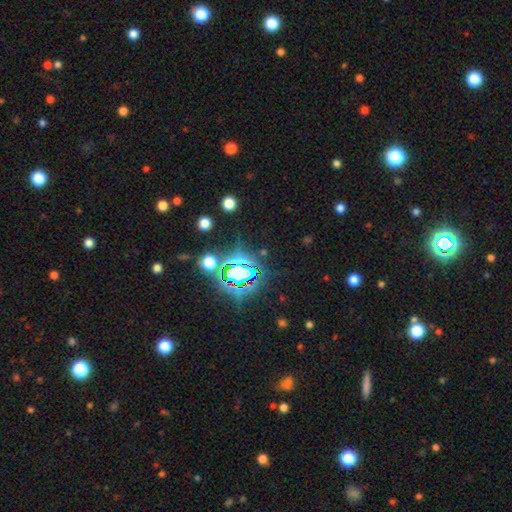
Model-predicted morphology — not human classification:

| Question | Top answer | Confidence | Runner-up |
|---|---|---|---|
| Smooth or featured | star or artifact | 83% | smooth (11%) |